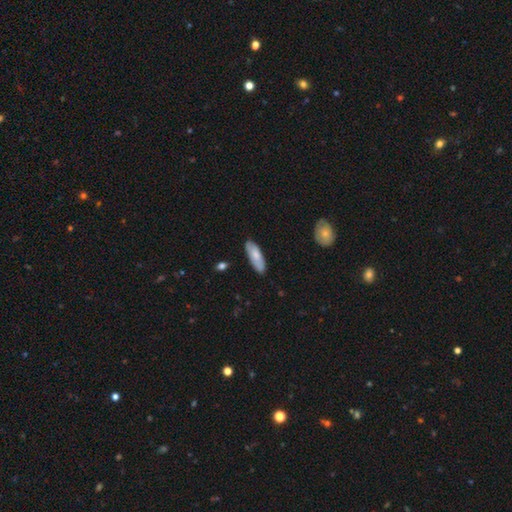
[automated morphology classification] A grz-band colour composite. It shows a smooth galaxy with no disk features (76%) that is in between round and cigar-shaped (63%). Merging: none (84%).